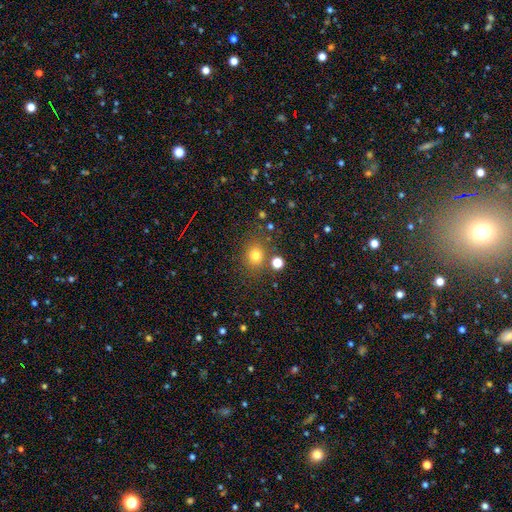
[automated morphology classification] Q: Smooth or featured?
A: smooth (75%); runner-up: star or artifact (17%)
Q: How rounded?
A: round (75%); runner-up: in between (24%)
Q: Merging?
A: none (78%); runner-up: minor disturbance (11%)